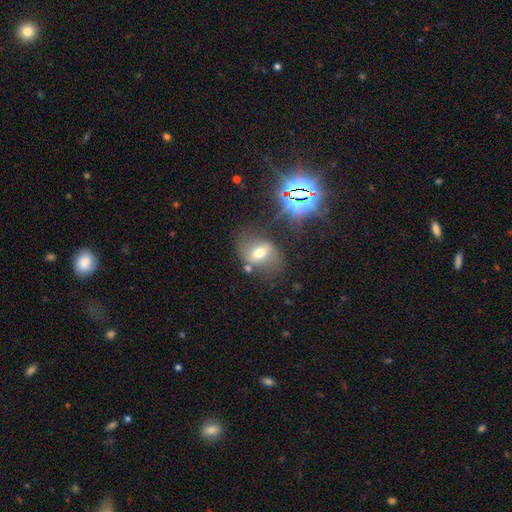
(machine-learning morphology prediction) This is marginally a featured or disk galaxy (45%). Merging: possibly none (58%).